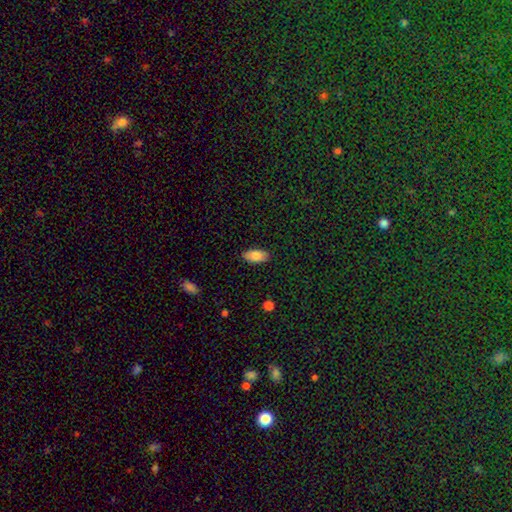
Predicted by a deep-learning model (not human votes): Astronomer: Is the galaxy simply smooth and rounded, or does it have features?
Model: smooth — 84%.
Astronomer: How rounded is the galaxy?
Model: in between — 93%.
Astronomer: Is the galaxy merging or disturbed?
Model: none — 87%.